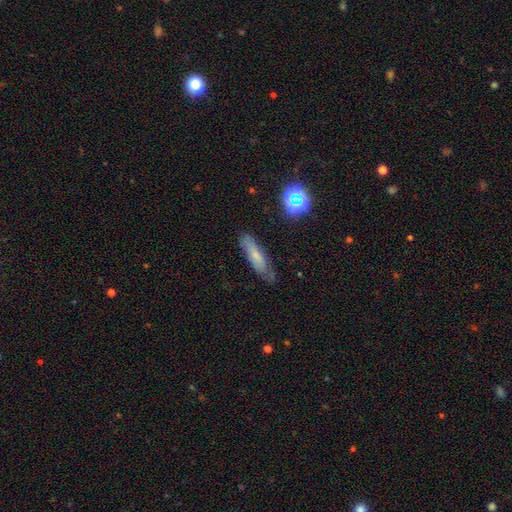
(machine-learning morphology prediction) Overall: smooth (60%; featured or disk 29%). How rounded: cigar-shaped (66%; in between 31%). Merging: none (68%).